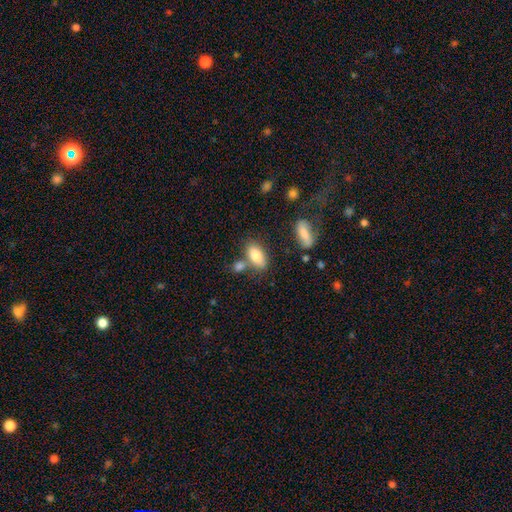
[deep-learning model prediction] smooth-or-featured: smooth: 81% | featured or disk: 12% | star or artifact: 7%
  how-rounded: in between: 90% | cigar-shaped: 6% | round: 4%
  merging: none: 62% | merger: 20% | minor disturbance: 14% | major disturbance: 4%